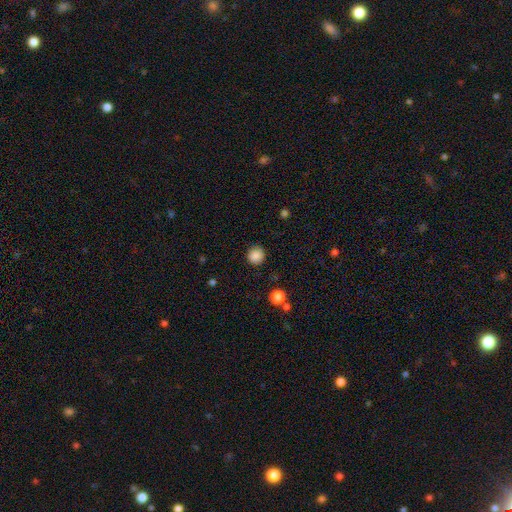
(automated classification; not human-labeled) A smooth galaxy with no disk features (86%) that is round (92%). Merging: none (88%).